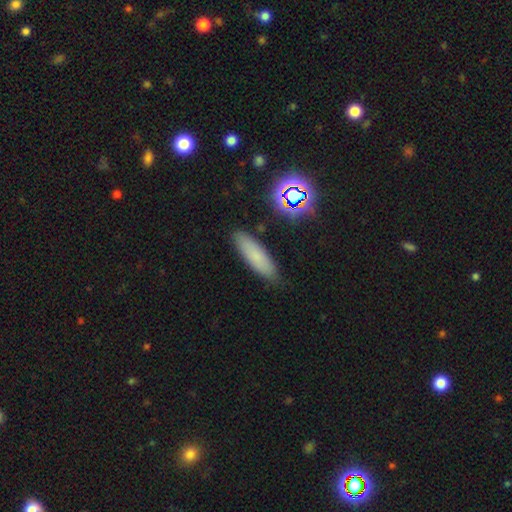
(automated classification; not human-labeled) Smooth or featured?
  - smooth: 74% *
  - star or artifact: 13%
  - featured or disk: 13%
How rounded?
  - cigar-shaped: 57% *
  - in between: 40%
  - round: 3%
Merging?
  - none: 86% *
  - minor disturbance: 10%
  - major disturbance: 2%
  - merger: 2%